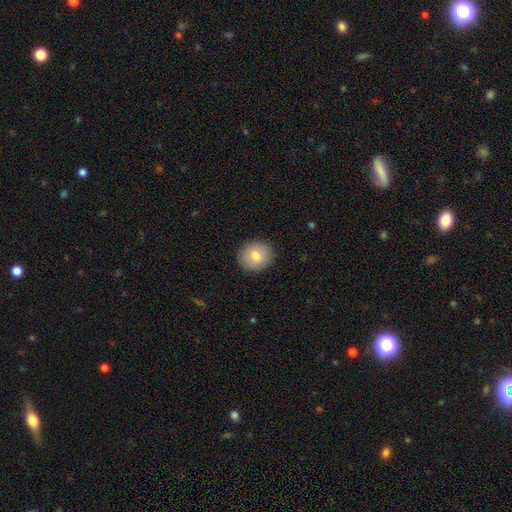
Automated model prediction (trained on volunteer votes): This appears to be a smooth galaxy with no disk features (78%) that is round (76%). Merging: none (90%).